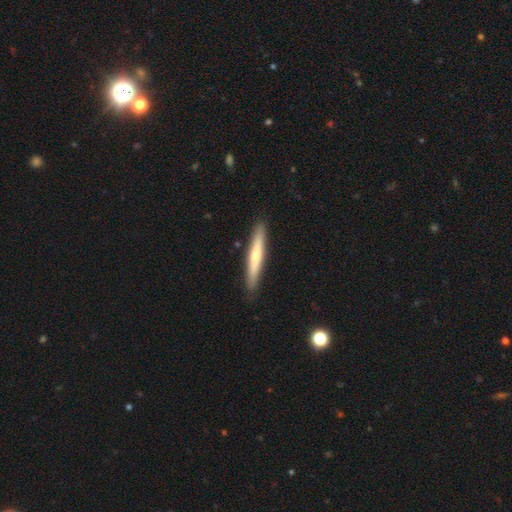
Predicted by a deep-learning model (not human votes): Overall: smooth (62%; featured or disk 33%). How rounded: cigar-shaped (95%). Merging: none (90%).